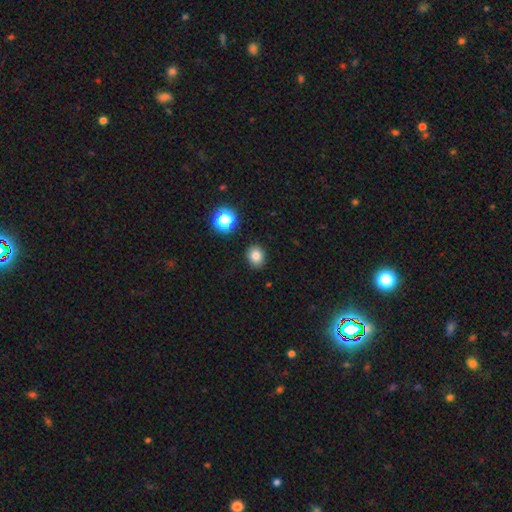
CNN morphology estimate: Smooth or featured?
  - smooth: 81% *
  - star or artifact: 13%
  - featured or disk: 6%
How rounded?
  - round: 60% *
  - in between: 39%
  - cigar-shaped: 1%
Merging?
  - none: 89% *
  - minor disturbance: 7%
  - major disturbance: 2%
  - merger: 2%